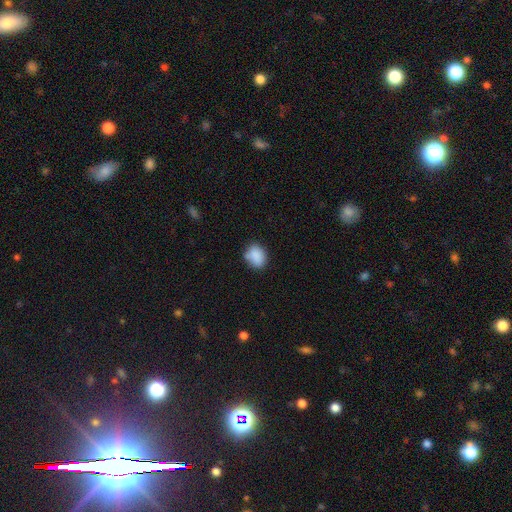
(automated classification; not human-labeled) The model was most divided on "how rounded": in between: 59%, round: 40%, cigar-shaped: 1%. More confident: smooth or featured — smooth (86%); merging — none (69%).